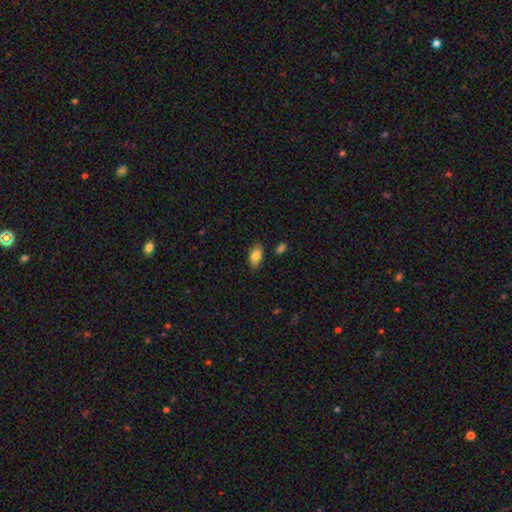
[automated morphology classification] Smooth or featured: smooth — 84% (featured or disk — 9%)
How rounded: in between — 91% (round — 6%)
Merging: none — 84% (minor disturbance — 11%)